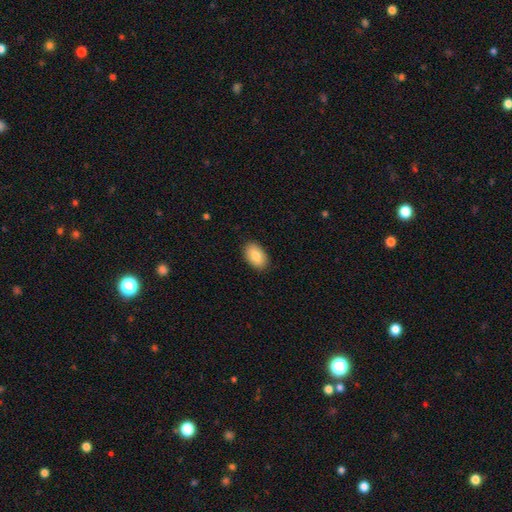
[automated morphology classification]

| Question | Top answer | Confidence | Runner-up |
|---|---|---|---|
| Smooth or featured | smooth | 84% | featured or disk (9%) |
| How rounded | in between | 92% | round (6%) |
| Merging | none | 88% | minor disturbance (9%) |